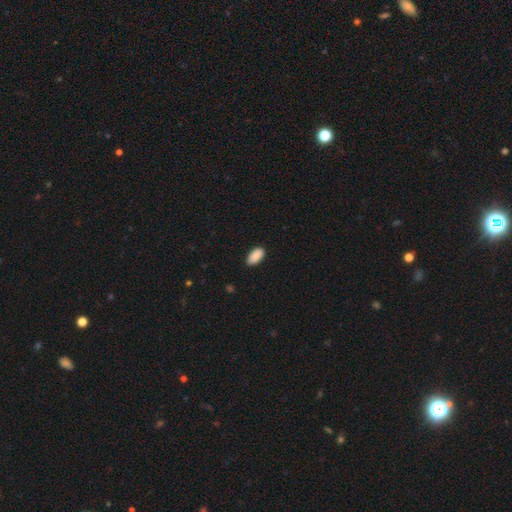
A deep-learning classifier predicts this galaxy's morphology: smooth_or_featured: smooth (p=0.90) [alt: star or artifact p=0.06]
how_rounded: in between (p=0.94) [alt: cigar-shaped p=0.04]
merging: none (p=0.85) [alt: minor disturbance p=0.12]